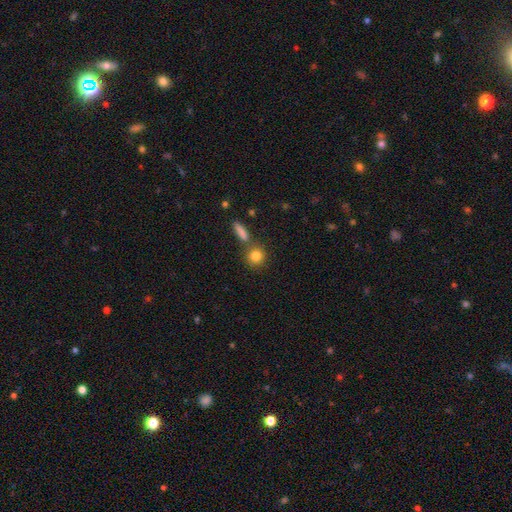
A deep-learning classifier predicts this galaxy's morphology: smooth 83%, star or artifact 10%, featured or disk 8%. Down the decision tree: how rounded — round (85%); merging — none (72%).